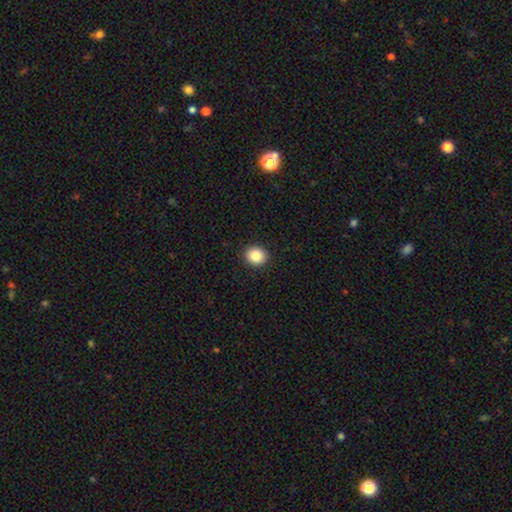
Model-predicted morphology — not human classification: This is clearly a smooth galaxy (86%). How rounded: clearly round (82%). Merging: clearly none (92%).